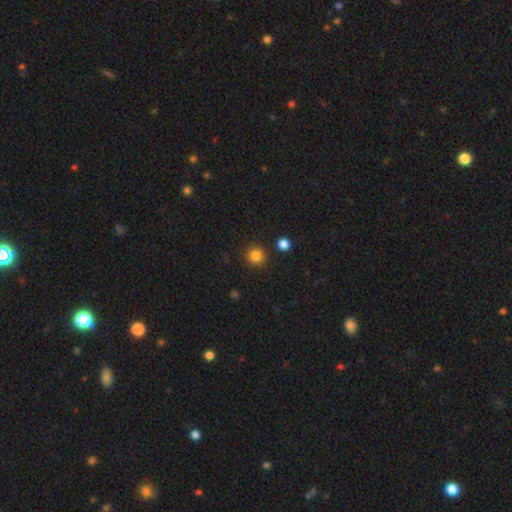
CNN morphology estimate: smooth 83%, star or artifact 12%, featured or disk 4%. Down the decision tree: how rounded — round (93%); merging — none (89%).